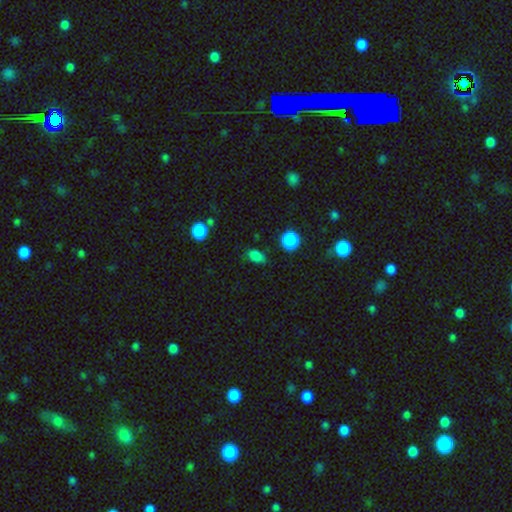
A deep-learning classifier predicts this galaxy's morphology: Smooth or featured: smooth — 82% (star or artifact — 14%)
How rounded: in between — 80% (round — 17%)
Merging: none — 75% (minor disturbance — 18%)